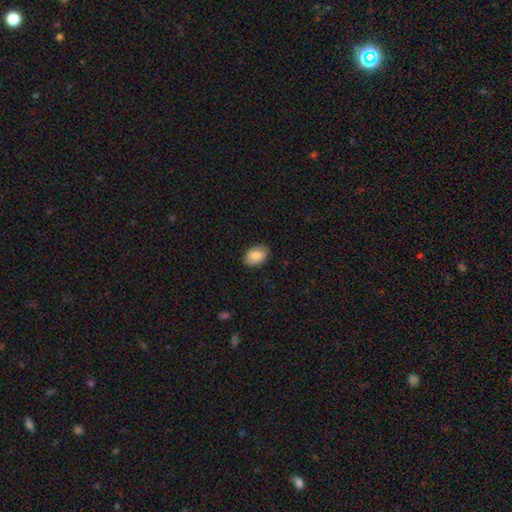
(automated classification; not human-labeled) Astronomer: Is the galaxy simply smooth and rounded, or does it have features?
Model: smooth — 84%.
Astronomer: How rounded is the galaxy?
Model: in between — 83%.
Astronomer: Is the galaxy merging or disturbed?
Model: none — 85%.